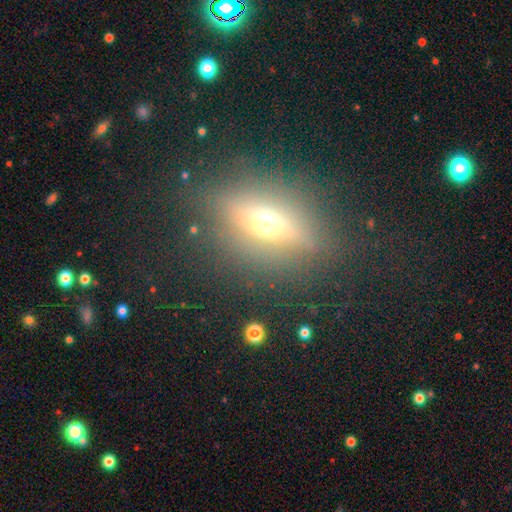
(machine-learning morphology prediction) featured or disk 50%, smooth 34%, star or artifact 16%. Down the decision tree: merging — none (81%).